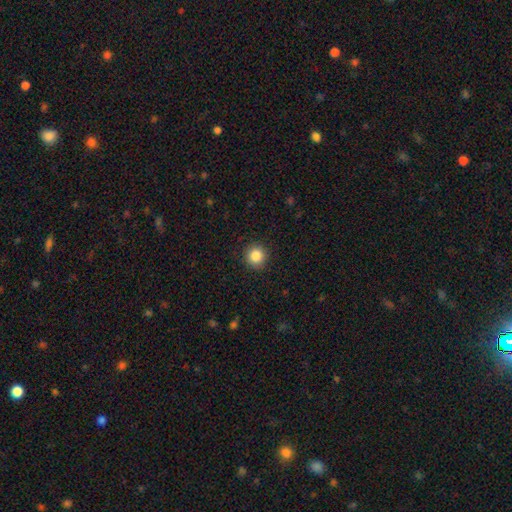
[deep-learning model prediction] Smooth or featured?
  - smooth: 86% *
  - star or artifact: 10%
  - featured or disk: 4%
How rounded?
  - round: 93% *
  - in between: 6%
  - cigar-shaped: 1%
Merging?
  - none: 91% *
  - minor disturbance: 6%
  - major disturbance: 2%
  - merger: 1%